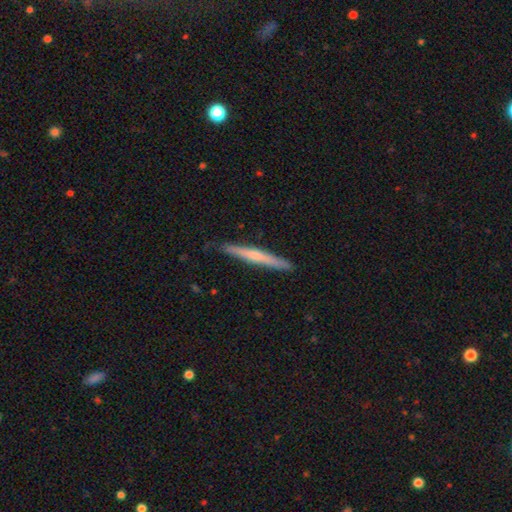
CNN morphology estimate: Smooth or featured: featured or disk — 51% (smooth — 44%)
Edge-on disk: yes — 97% (no — 3%)
Merging: none — 89% (minor disturbance — 9%)